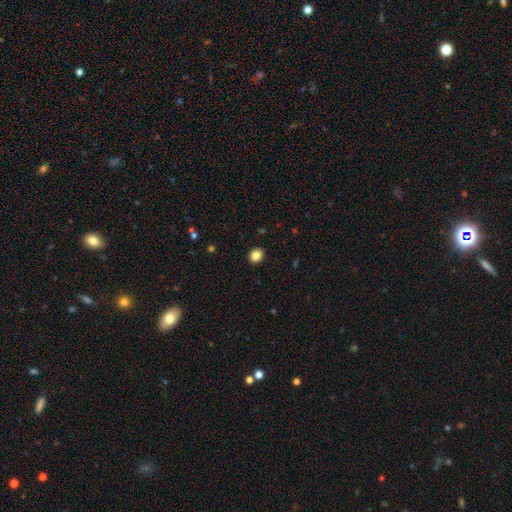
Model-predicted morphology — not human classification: Smooth or featured? Predicted: smooth (p=0.85). How rounded? Predicted: round (p=0.70). Merging? Predicted: none (p=0.92).